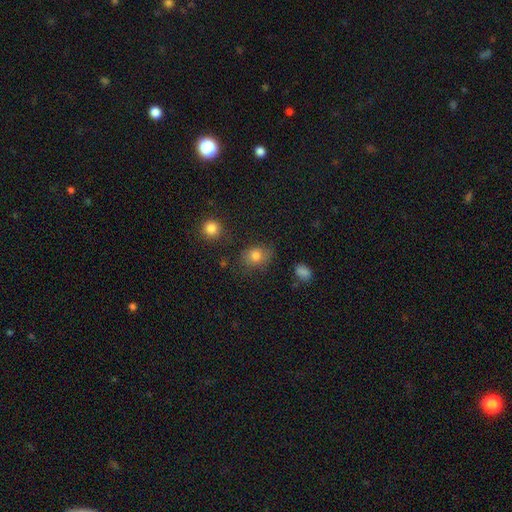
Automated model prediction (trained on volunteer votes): Smooth or featured: smooth — 80% (star or artifact — 12%)
How rounded: in between — 50% (round — 49%)
Merging: none — 72% (minor disturbance — 18%)